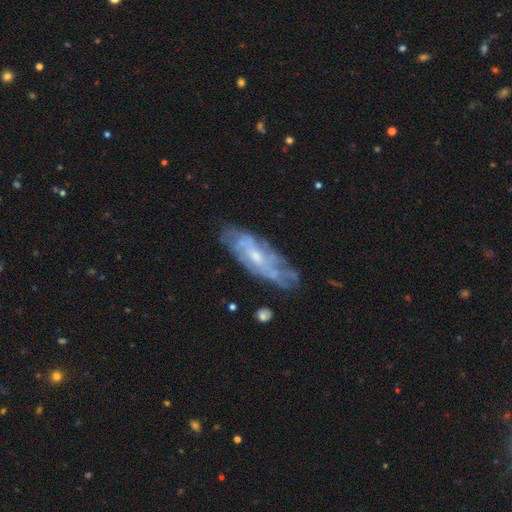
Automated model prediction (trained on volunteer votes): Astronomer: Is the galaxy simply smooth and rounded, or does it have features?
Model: featured or disk — 74%.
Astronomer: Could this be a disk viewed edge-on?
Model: no — 82%.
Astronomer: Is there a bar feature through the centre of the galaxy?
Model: no — 61%.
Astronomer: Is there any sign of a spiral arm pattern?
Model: yes — 77%.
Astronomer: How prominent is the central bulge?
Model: small — 56% (runner-up: moderate, 37%).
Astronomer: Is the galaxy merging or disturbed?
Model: none — 68%.